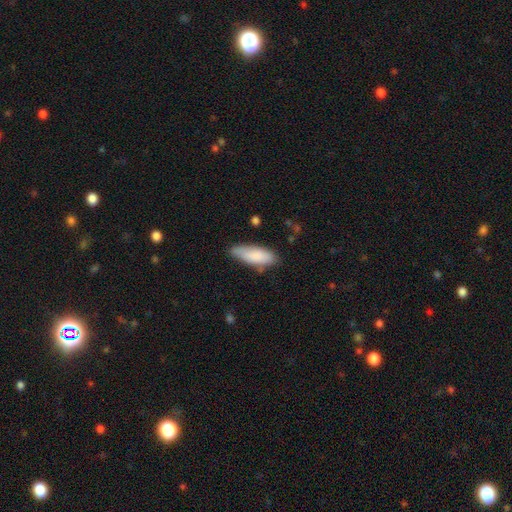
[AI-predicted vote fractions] Smooth or featured? Predicted: smooth (p=0.86). How rounded? Predicted: in between (p=0.65). Merging? Predicted: none (p=0.73).